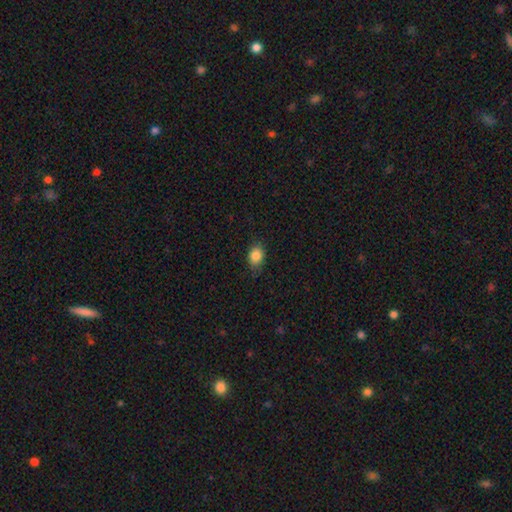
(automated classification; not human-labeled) Overall: smooth (85%). How rounded: in between (64%; round 35%). Merging: none (81%).